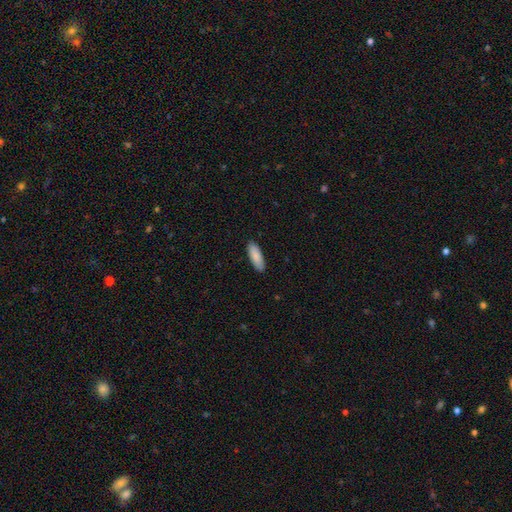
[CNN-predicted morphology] A smooth galaxy with no disk features (88%) that is in between round and cigar-shaped (59%). Merging: none (89%).